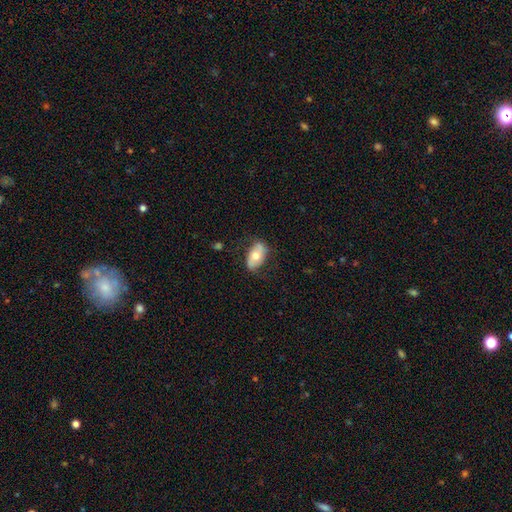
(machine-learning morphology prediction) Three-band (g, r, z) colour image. It shows a smooth galaxy with no disk features (57%) that is in between round and cigar-shaped (91%). Merging: none (71%).